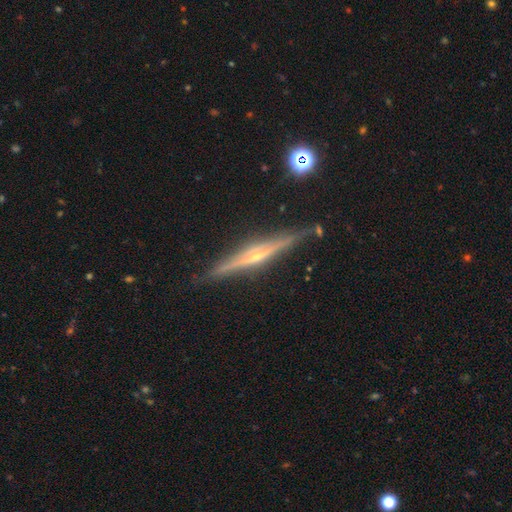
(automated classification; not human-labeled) The model was most divided on "edge-on bulge": rounded: 77%, none: 17%, boxy: 6%. More confident: edge-on disk — yes (98%); merging — none (88%); smooth or featured — featured or disk (82%).